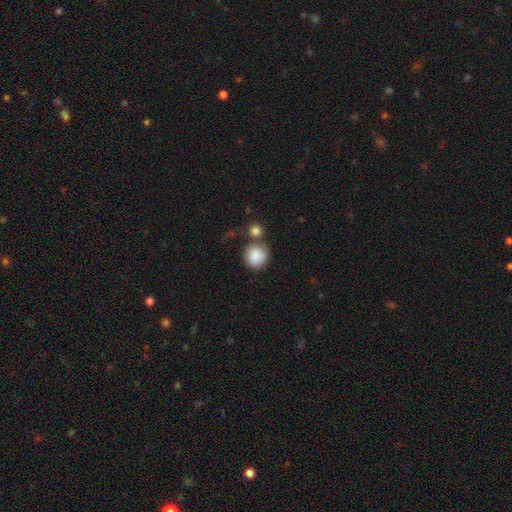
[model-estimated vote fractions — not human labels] smooth-or-featured: smooth: 85% | featured or disk: 8% | star or artifact: 7%
  how-rounded: round: 85% | in between: 14% | cigar-shaped: 1%
  merging: none: 50% | merger: 25% | minor disturbance: 17% | major disturbance: 8%